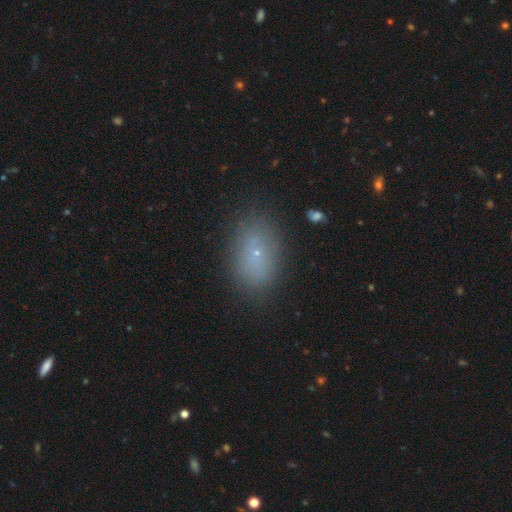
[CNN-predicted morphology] Smooth or featured?
  - smooth: 68% *
  - featured or disk: 17%
  - star or artifact: 16%
How rounded?
  - in between: 84% *
  - round: 14%
  - cigar-shaped: 2%
Merging?
  - none: 83% *
  - minor disturbance: 11%
  - major disturbance: 4%
  - merger: 2%